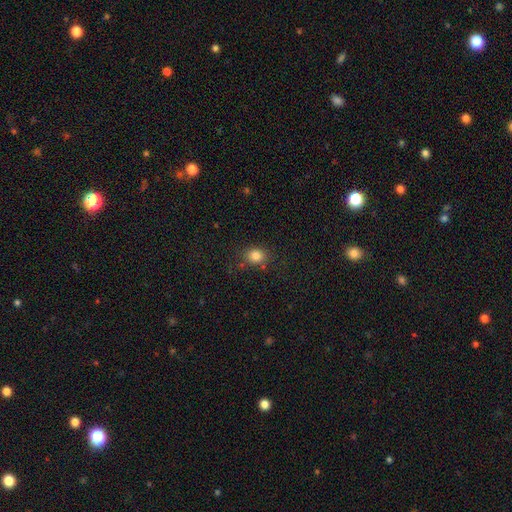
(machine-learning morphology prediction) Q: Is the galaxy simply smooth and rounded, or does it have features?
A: smooth — 82%.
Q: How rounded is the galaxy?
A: round — 61%.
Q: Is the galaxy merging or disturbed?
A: none — 78%.